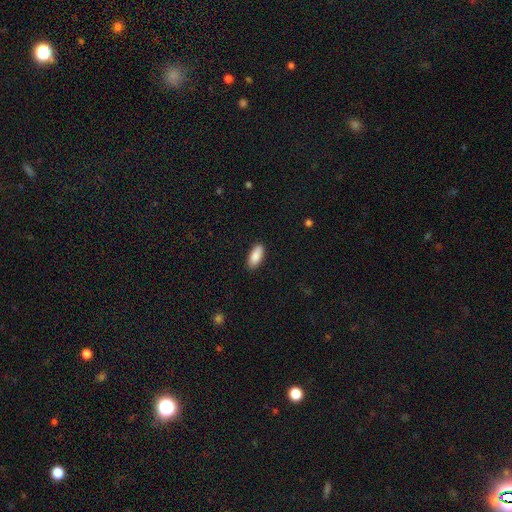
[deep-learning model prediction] smooth-or-featured: smooth: 89% | star or artifact: 6% | featured or disk: 5%
  how-rounded: in between: 86% | cigar-shaped: 12% | round: 2%
  merging: none: 88% | minor disturbance: 9% | major disturbance: 2% | merger: 1%